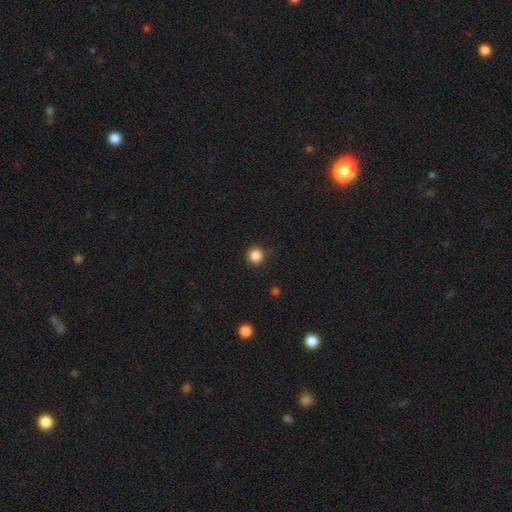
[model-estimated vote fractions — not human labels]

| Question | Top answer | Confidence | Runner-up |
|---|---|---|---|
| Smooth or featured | smooth | 85% | star or artifact (11%) |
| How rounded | round | 94% | in between (5%) |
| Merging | none | 90% | minor disturbance (7%) |